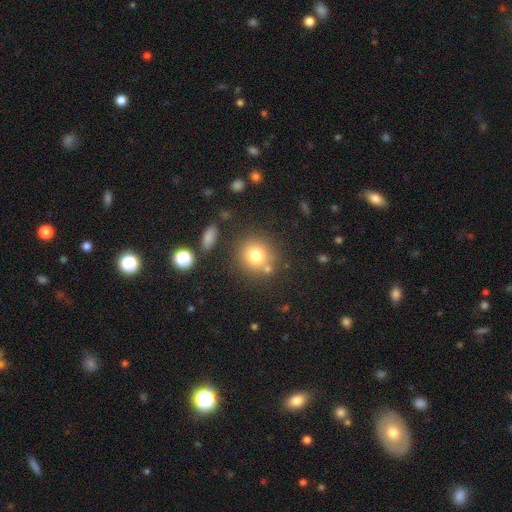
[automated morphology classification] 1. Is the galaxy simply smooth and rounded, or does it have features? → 77% smooth, 13% star or artifact, 11% featured or disk.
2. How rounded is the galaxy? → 88% round, 11% in between, 1% cigar-shaped.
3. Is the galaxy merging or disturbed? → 76% none, 10% minor disturbance, 10% merger, 4% major disturbance.